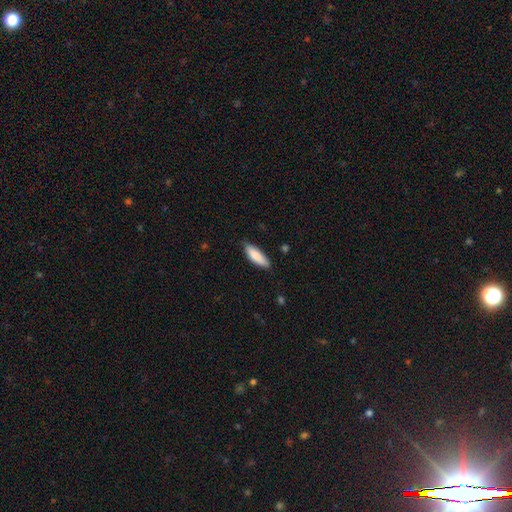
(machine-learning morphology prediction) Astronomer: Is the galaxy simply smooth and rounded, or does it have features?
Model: smooth — 85%.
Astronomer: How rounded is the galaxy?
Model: in between — 55% (runner-up: cigar-shaped, 43%).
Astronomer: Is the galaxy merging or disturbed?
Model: none — 79%.